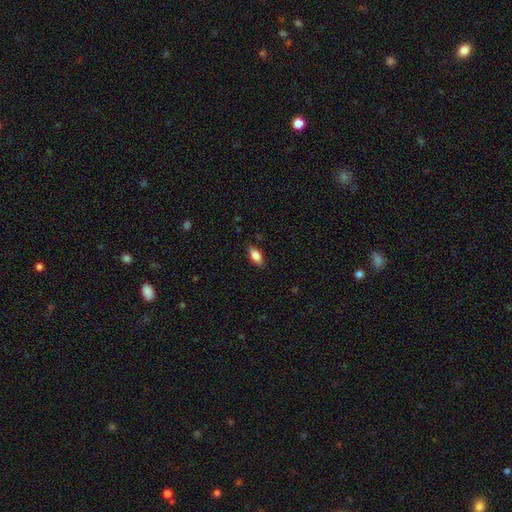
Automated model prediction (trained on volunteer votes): smooth_or_featured: smooth (p=0.83) [alt: featured or disk p=0.10]
how_rounded: in between (p=0.88) [alt: cigar-shaped p=0.08]
merging: none (p=0.86) [alt: minor disturbance p=0.10]